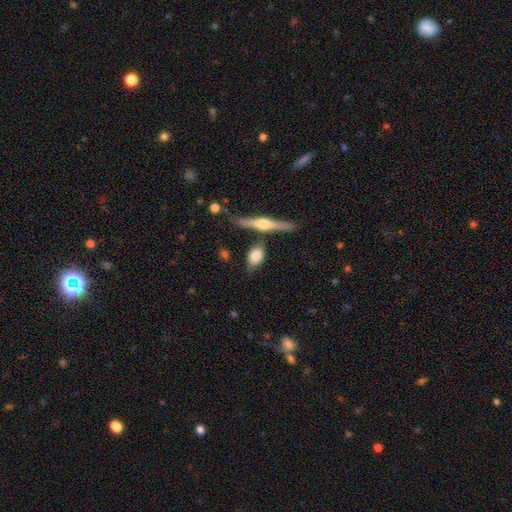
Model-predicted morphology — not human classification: A smooth galaxy with no disk features (66%) that is in between round and cigar-shaped (74%). Merging: none (65%).